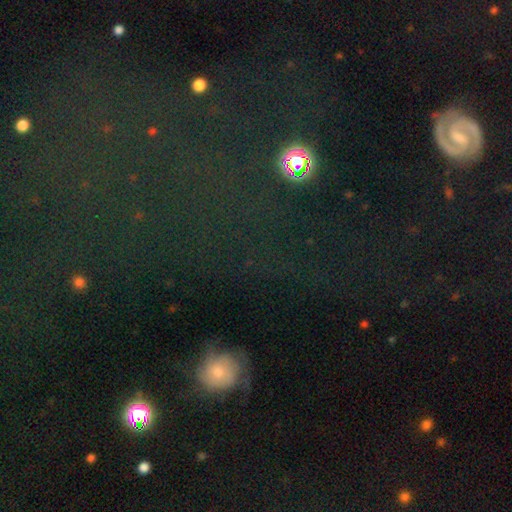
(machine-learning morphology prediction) Smooth or featured: star or artifact — 57% (smooth — 23%)